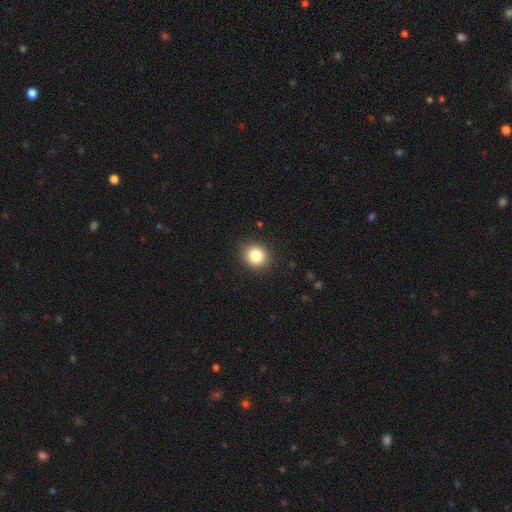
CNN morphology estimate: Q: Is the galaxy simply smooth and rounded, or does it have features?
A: smooth — 84%.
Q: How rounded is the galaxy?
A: round — 79%.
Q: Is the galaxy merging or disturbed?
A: none — 90%.